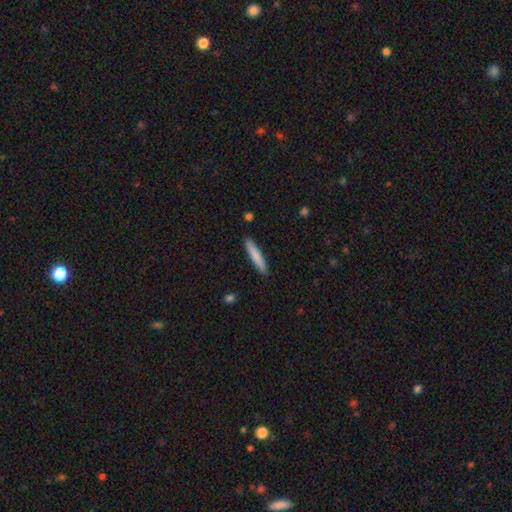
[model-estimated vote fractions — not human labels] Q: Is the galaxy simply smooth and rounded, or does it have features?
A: smooth — 79%.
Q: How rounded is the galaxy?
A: cigar-shaped — 93%.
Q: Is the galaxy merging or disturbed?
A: none — 90%.